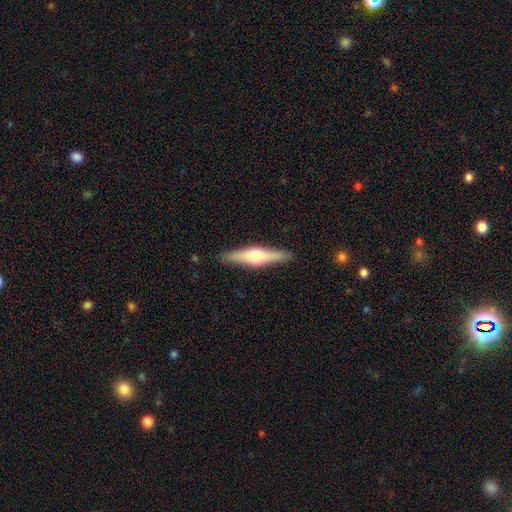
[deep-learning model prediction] smooth-or-featured: featured or disk: 60% | smooth: 35% | star or artifact: 6%
  disk-edge-on: yes: 95% | no: 5%
    edge-on-bulge: rounded: 92% | boxy: 5% | none: 3%
  merging: none: 90% | minor disturbance: 7% | major disturbance: 2% | merger: 1%